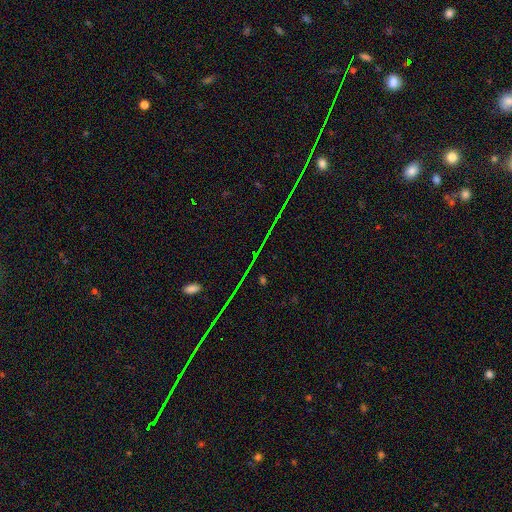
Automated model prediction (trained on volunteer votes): Smooth or featured: star or artifact — 76% (featured or disk — 13%)